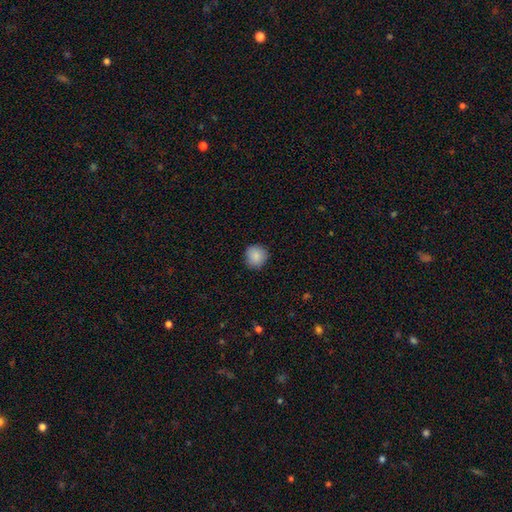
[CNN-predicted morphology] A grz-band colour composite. It shows a smooth galaxy with no disk features (88%) that is round (93%). Merging: none (89%).